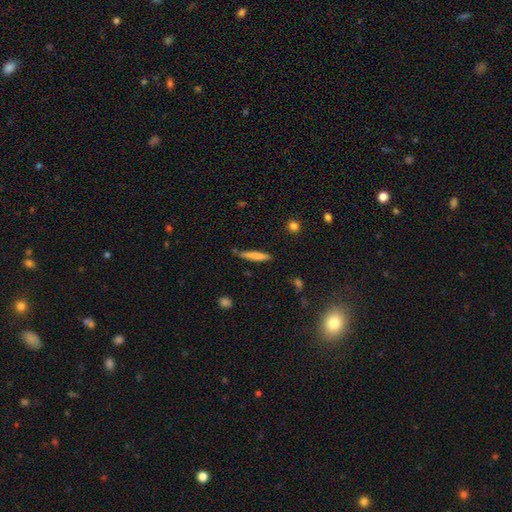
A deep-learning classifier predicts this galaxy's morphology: A smooth galaxy with no disk features (75%) that is cigar-shaped (93%).

Vote fractions:
- Smooth or featured? smooth: 75% / featured or disk: 19% / star or artifact: 6%
- How rounded? cigar-shaped: 93% / in between: 5% / round: 1%
- Merging? none: 82% / minor disturbance: 12% / merger: 3% / major disturbance: 2%